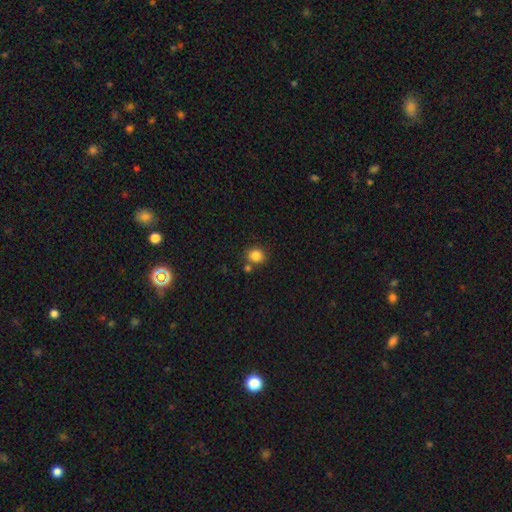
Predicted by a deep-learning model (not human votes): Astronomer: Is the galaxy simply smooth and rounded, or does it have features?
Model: smooth — 85%.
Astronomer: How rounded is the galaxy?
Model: round — 85%.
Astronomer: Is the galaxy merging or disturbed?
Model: none — 74%.